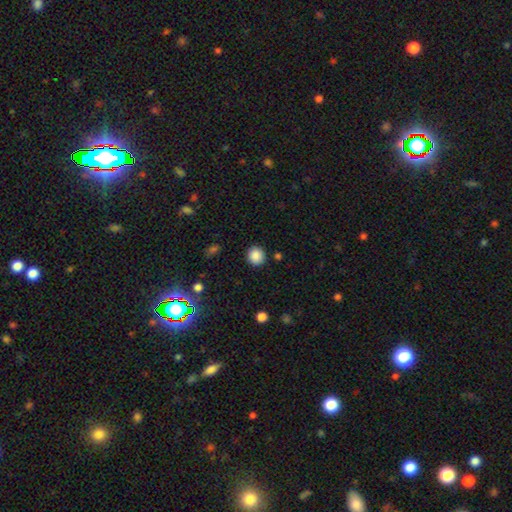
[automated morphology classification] A smooth galaxy with no disk features (87%) that is round (89%).

Vote fractions:
- Smooth or featured? smooth: 87% / star or artifact: 10% / featured or disk: 3%
- How rounded? round: 89% / in between: 10% / cigar-shaped: 1%
- Merging? none: 89% / minor disturbance: 7% / major disturbance: 2% / merger: 2%